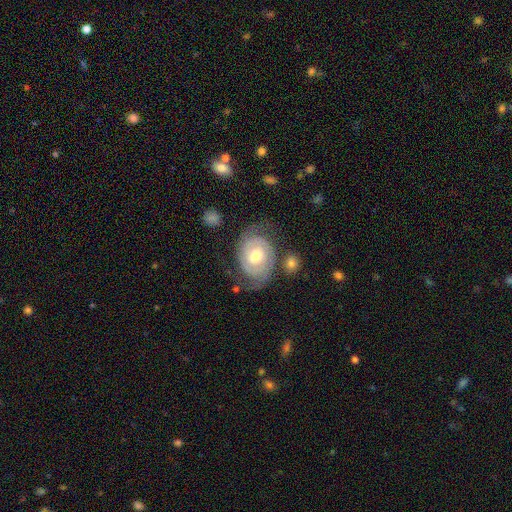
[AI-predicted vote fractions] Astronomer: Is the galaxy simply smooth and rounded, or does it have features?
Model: featured or disk — 85%.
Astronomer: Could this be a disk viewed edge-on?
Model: no — 97%.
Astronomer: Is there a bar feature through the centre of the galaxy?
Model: no — 56% (runner-up: weak, 35%).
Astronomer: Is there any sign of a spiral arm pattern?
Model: yes — 95%.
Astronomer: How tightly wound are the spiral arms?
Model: tight — 65%.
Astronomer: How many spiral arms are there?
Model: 2 — 82%.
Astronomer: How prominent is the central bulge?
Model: moderate — 71%.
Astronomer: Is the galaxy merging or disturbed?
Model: none — 70%.